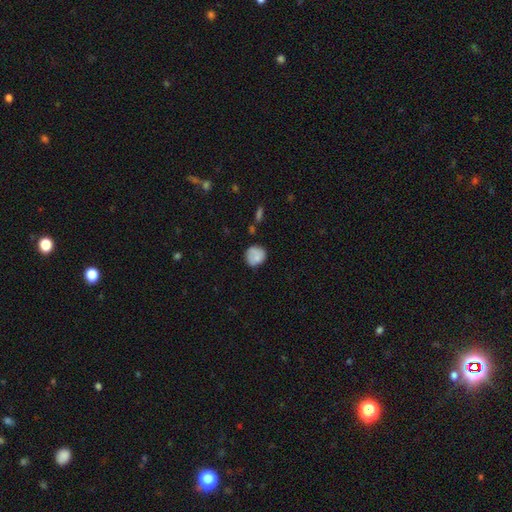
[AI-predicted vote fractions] This appears to be a smooth galaxy with no disk features (79%) that is round (82%). Merging: none (64%).